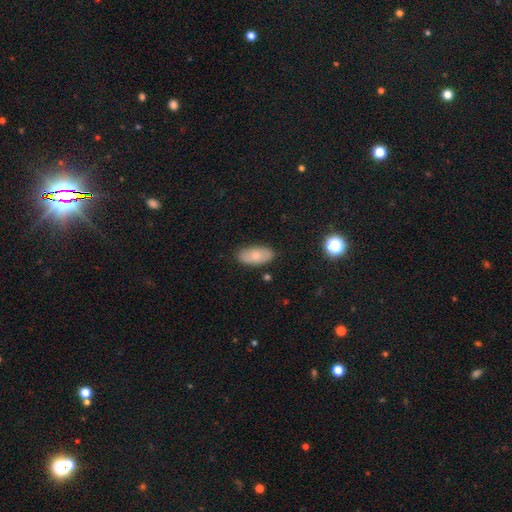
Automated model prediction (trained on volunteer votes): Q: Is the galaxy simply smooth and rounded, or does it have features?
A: smooth — 76%.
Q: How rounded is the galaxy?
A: in between — 92%.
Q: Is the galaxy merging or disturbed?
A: none — 84%.